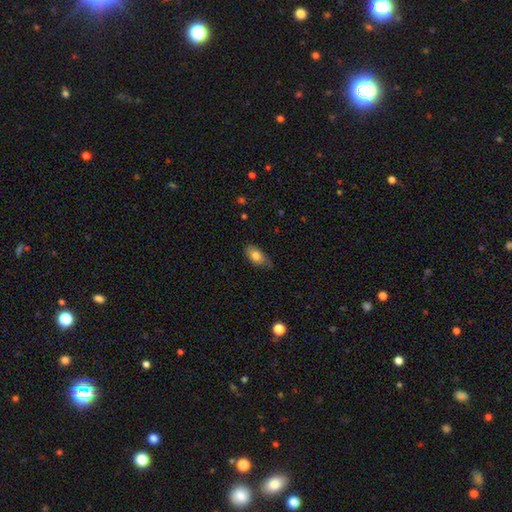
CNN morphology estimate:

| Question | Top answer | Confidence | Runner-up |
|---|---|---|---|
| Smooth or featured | smooth | 74% | featured or disk (19%) |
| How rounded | in between | 91% | round (5%) |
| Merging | none | 66% | minor disturbance (28%) |